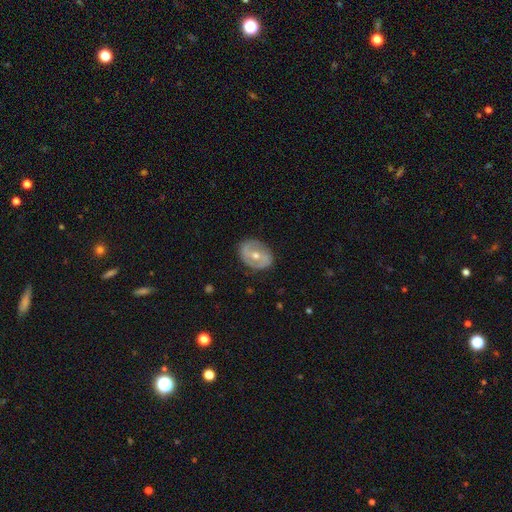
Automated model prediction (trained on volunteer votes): Overall: featured or disk (63%; smooth 31%). Edge-on disk: no (95%). Bar: weak (38%; no 35%). Spiral arms: yes (56%; no 44%). Bulge size: moderate (63%; small 34%). Merging: none (79%).